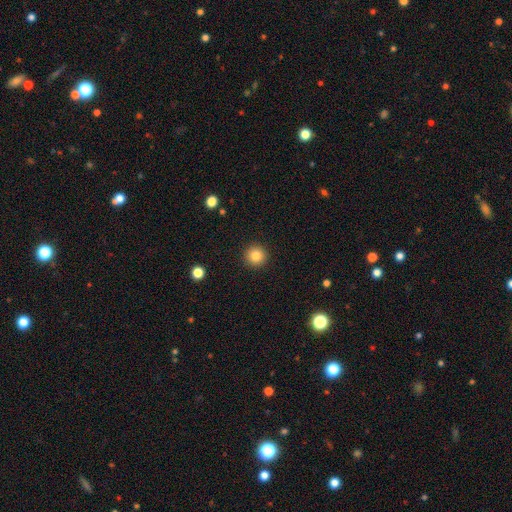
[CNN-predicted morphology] Smooth or featured? smooth (83%)
How rounded? round (95%)
Merging? none (93%)